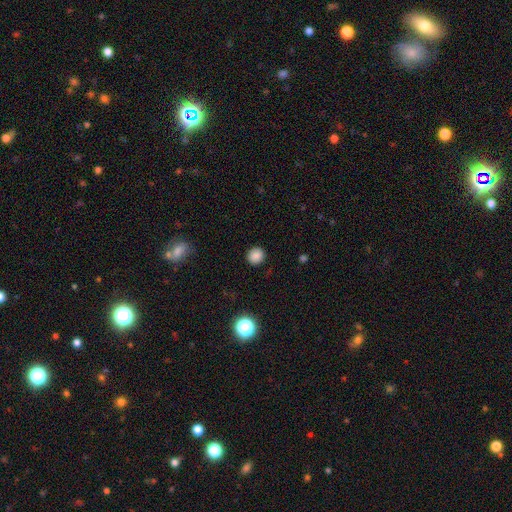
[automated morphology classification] Smooth or featured? Predicted: smooth (p=0.85). How rounded? Predicted: round (p=0.89). Merging? Predicted: none (p=0.90).